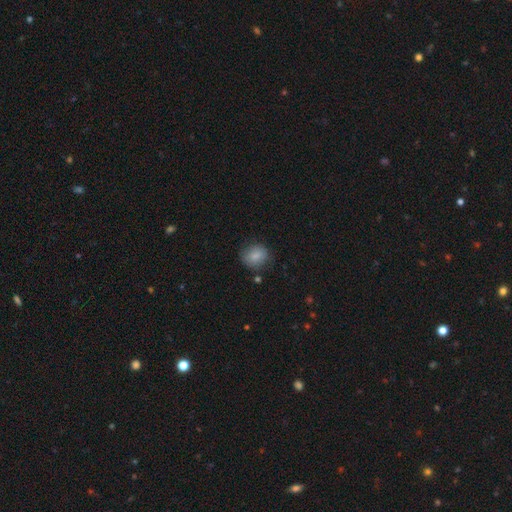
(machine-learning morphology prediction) This is clearly a smooth galaxy (84%). How rounded: likely round (67%). Merging: likely none (76%).